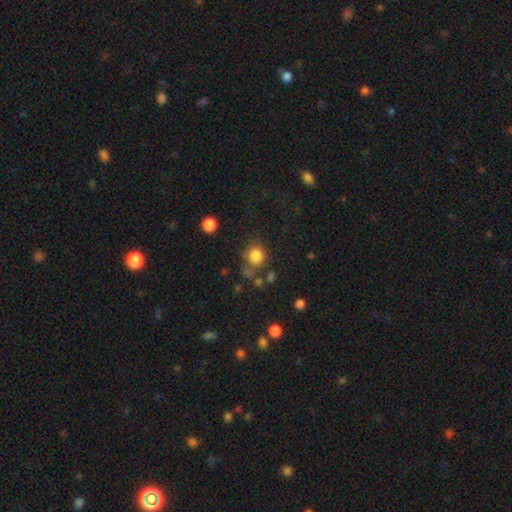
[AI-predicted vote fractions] Smooth or featured?
  - smooth: 83% *
  - star or artifact: 12%
  - featured or disk: 5%
How rounded?
  - round: 84% *
  - in between: 15%
  - cigar-shaped: 1%
Merging?
  - none: 69% *
  - minor disturbance: 15%
  - merger: 9%
  - major disturbance: 7%